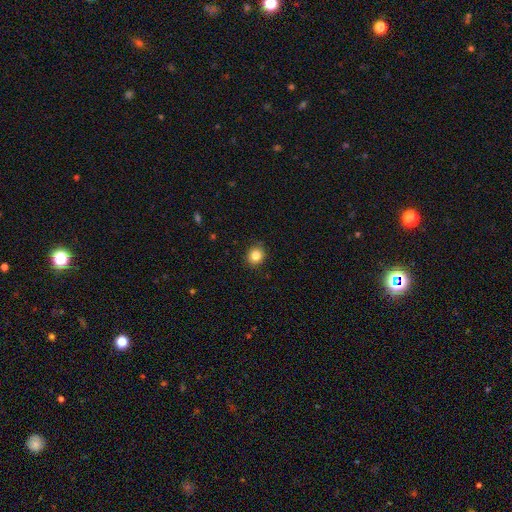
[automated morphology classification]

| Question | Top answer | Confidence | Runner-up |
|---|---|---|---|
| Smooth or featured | smooth | 85% | star or artifact (10%) |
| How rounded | round | 86% | in between (13%) |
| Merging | none | 90% | minor disturbance (7%) |